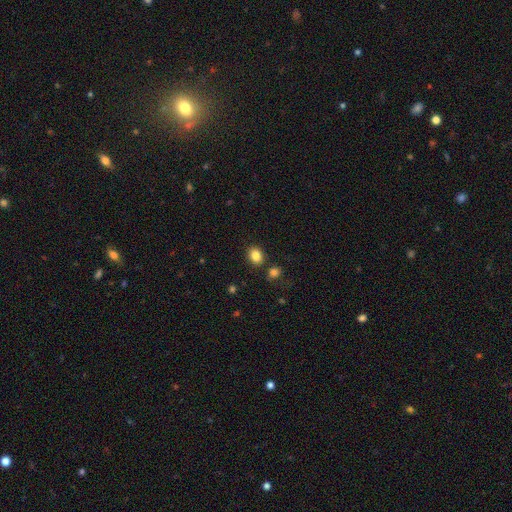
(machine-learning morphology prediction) smooth_or_featured: smooth (p=0.85) [alt: star or artifact p=0.10]
how_rounded: round (p=0.50) [alt: in between p=0.49]
merging: none (p=0.83) [alt: minor disturbance p=0.09]